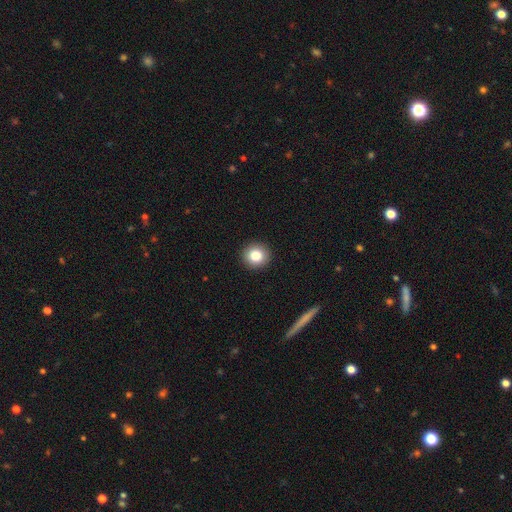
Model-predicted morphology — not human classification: Smooth or featured: smooth — 86% (star or artifact — 9%)
How rounded: round — 92% (in between — 7%)
Merging: none — 92% (minor disturbance — 6%)